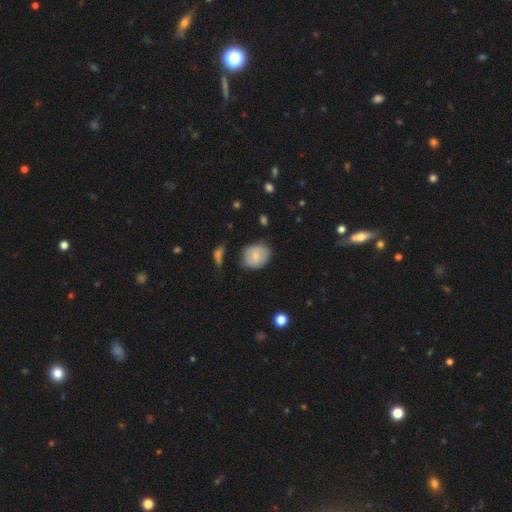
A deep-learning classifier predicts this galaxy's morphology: smooth_or_featured: smooth (p=0.71) [alt: featured or disk p=0.22]
how_rounded: round (p=0.58) [alt: in between p=0.41]
merging: none (p=0.66) [alt: minor disturbance p=0.24]